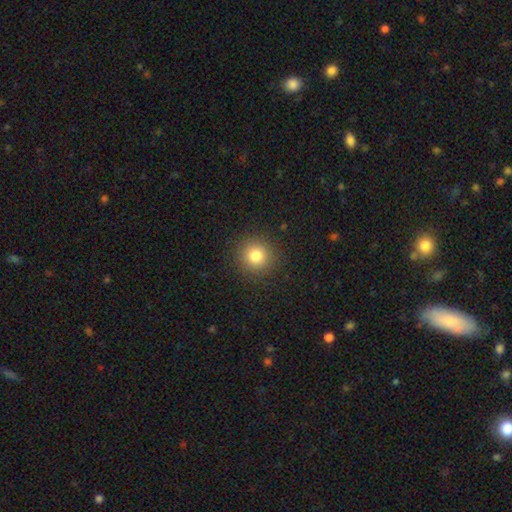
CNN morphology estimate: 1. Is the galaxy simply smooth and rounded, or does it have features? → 80% smooth, 13% star or artifact, 7% featured or disk.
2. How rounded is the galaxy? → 94% round, 5% in between, 1% cigar-shaped.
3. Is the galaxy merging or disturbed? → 91% none, 6% minor disturbance, 2% major disturbance, 1% merger.